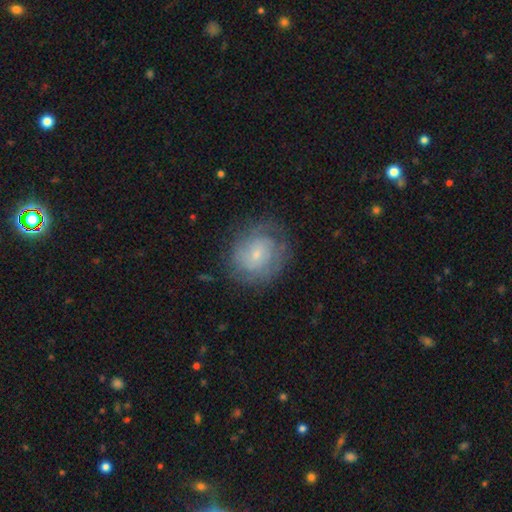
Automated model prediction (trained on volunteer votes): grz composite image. It shows a featured or disk galaxy (64%) with no bar (70%), tight (64%) spiral arms (84%) and a small central bulge (74%). Merging: none (72%).